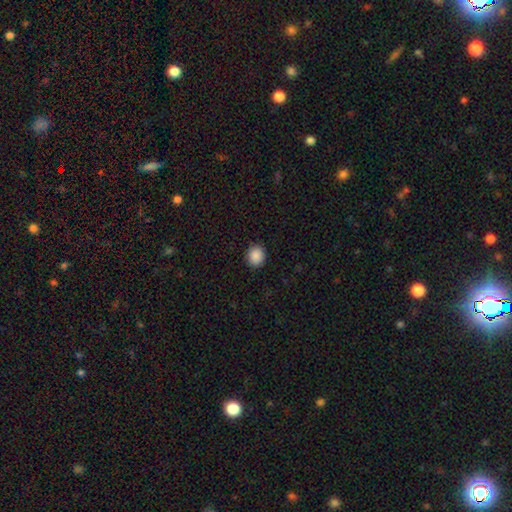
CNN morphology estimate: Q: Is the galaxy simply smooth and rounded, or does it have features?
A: smooth — 89%.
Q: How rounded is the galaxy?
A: round — 80%.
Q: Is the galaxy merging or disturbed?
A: none — 91%.